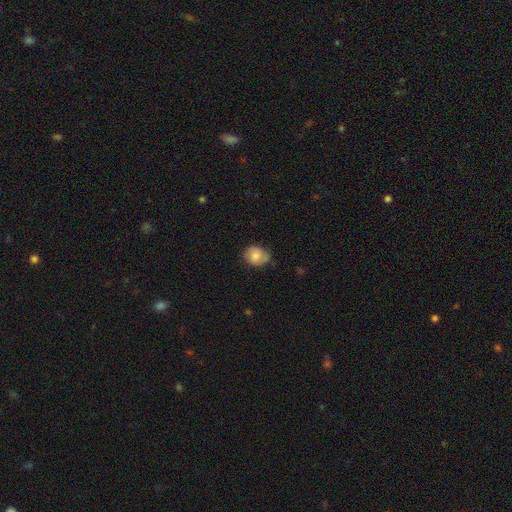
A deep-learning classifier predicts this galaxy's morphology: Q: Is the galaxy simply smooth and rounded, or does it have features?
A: smooth — 75%.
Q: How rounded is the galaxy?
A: round — 58%.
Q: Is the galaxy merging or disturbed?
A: none — 65%.